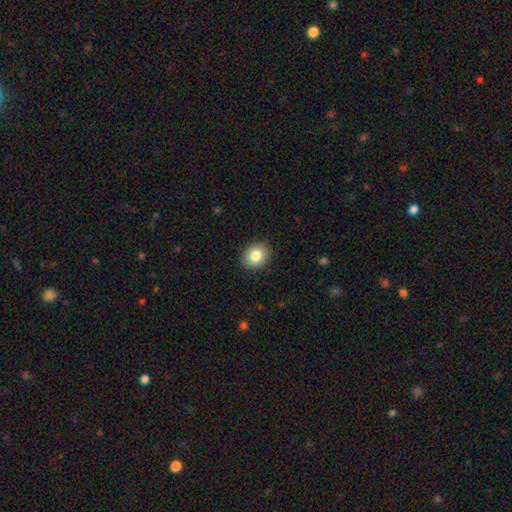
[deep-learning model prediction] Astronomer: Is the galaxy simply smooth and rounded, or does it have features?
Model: smooth — 83%.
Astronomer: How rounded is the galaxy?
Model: round — 55% (runner-up: in between, 44%).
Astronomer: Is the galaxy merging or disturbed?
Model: none — 89%.